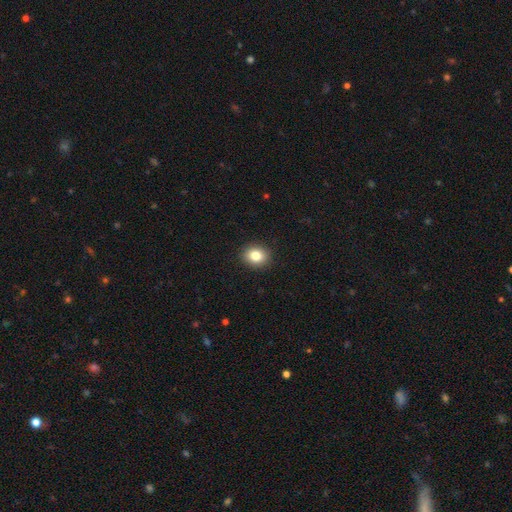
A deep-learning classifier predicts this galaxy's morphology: smooth_or_featured: smooth (p=0.83) [alt: star or artifact p=0.10]
how_rounded: round (p=0.68) [alt: in between p=0.32]
merging: none (p=0.91) [alt: minor disturbance p=0.06]